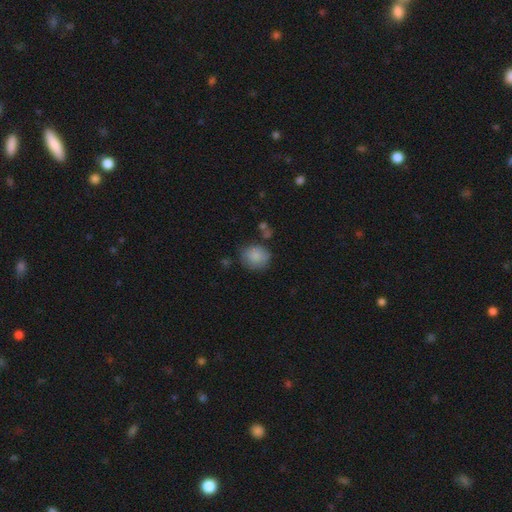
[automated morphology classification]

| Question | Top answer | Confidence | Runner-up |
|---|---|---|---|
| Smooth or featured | smooth | 84% | featured or disk (8%) |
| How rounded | round | 74% | in between (25%) |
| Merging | none | 67% | minor disturbance (21%) |